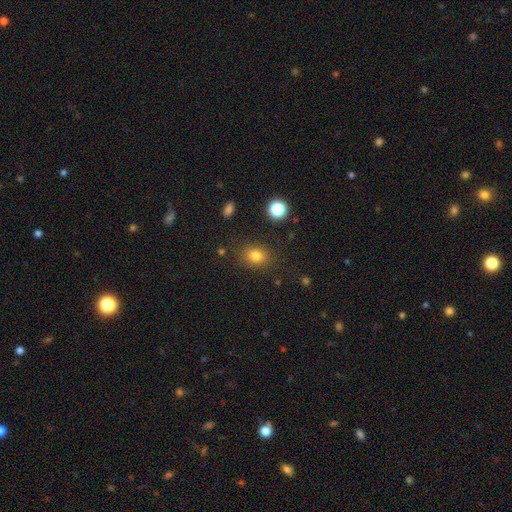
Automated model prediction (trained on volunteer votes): Overall: smooth (79%). How rounded: round (54%; in between 45%). Merging: none (84%).